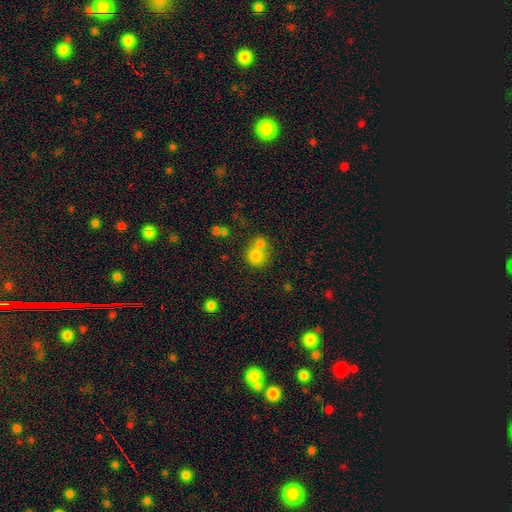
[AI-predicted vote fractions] smooth-or-featured: smooth: 77% | star or artifact: 12% | featured or disk: 12%
  how-rounded: round: 80% | in between: 19% | cigar-shaped: 1%
  merging: merger: 55% | none: 35% | minor disturbance: 7% | major disturbance: 3%